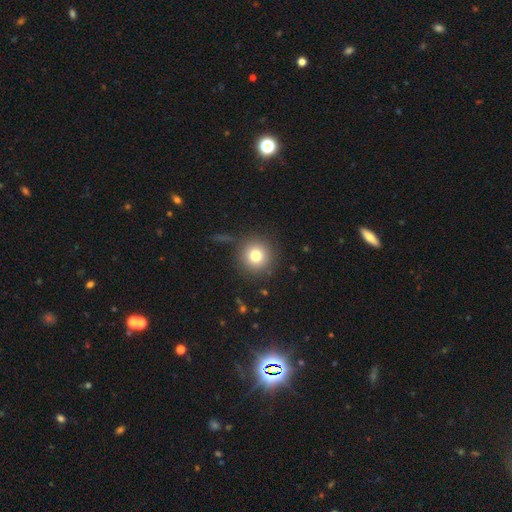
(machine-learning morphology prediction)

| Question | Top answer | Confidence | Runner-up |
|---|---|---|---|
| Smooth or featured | smooth | 79% | star or artifact (11%) |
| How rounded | round | 95% | in between (4%) |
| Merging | none | 86% | minor disturbance (8%) |